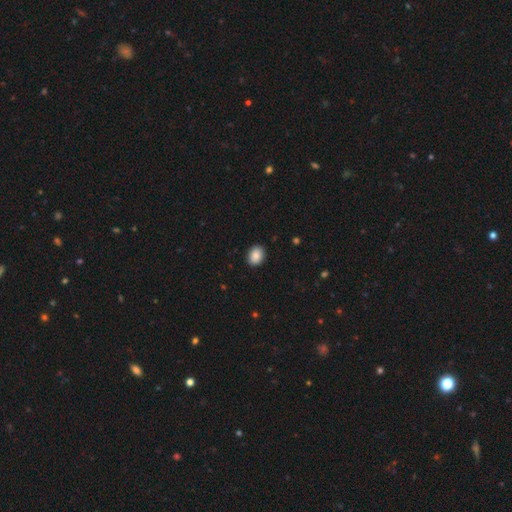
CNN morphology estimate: Smooth or featured? Predicted: smooth (p=0.87). How rounded? Predicted: in between (p=0.67). Merging? Predicted: none (p=0.90).